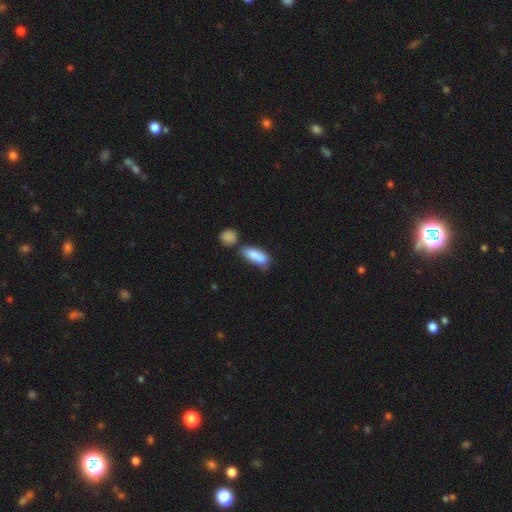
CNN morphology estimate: Smooth or featured?
  - smooth: 81% *
  - featured or disk: 12%
  - star or artifact: 7%
How rounded?
  - in between: 63% *
  - cigar-shaped: 34%
  - round: 3%
Merging?
  - none: 43% *
  - merger: 29%
  - minor disturbance: 21%
  - major disturbance: 8%